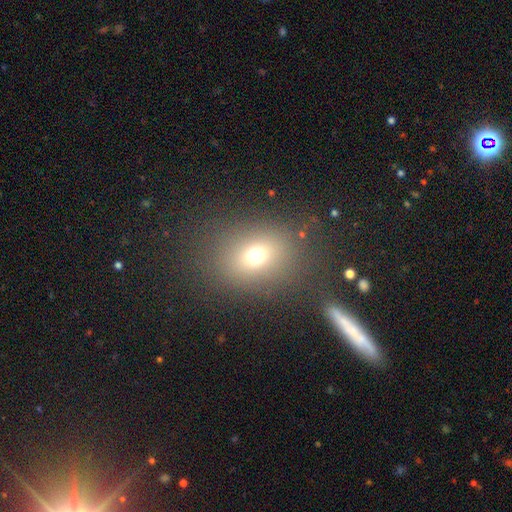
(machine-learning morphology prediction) A smooth galaxy with no disk features (70%) that is round (50%). Merging: none (80%).